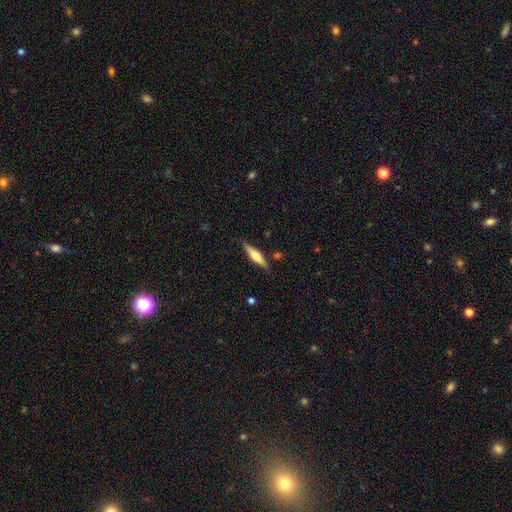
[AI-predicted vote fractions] Smooth or featured? Predicted: featured or disk (p=0.50). Edge-on disk? Predicted: yes (p=0.94). Merging? Predicted: none (p=0.85).